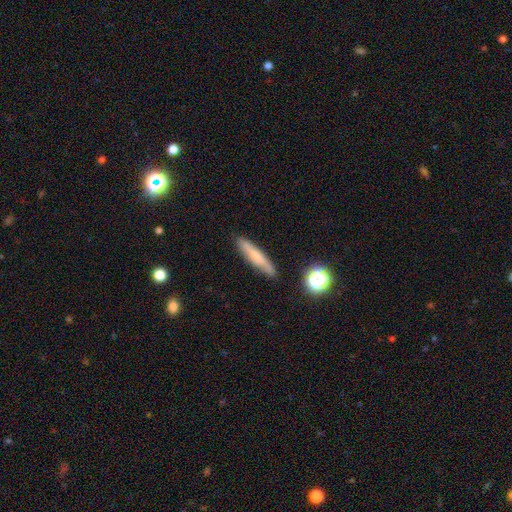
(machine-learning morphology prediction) This appears to be a smooth galaxy with no disk features (60%) that is cigar-shaped (88%). Merging: none (84%).